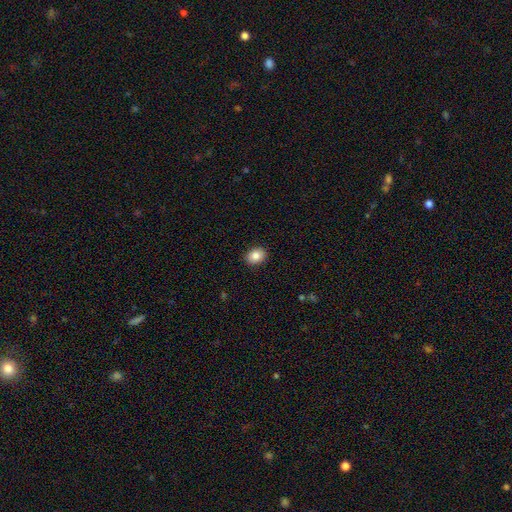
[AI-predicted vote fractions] smooth_or_featured: smooth (p=0.85) [alt: star or artifact p=0.08]
how_rounded: in between (p=0.62) [alt: round p=0.37]
merging: none (p=0.90) [alt: minor disturbance p=0.07]